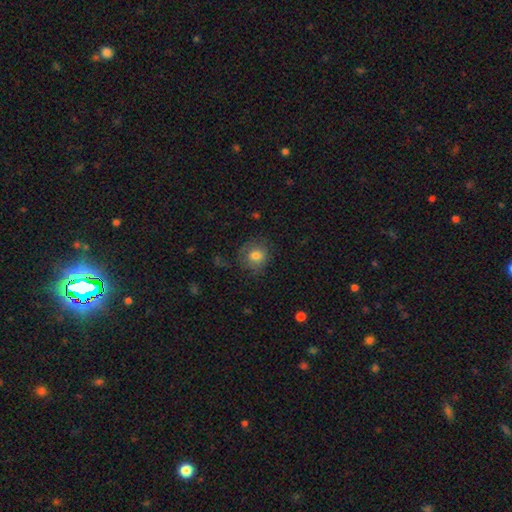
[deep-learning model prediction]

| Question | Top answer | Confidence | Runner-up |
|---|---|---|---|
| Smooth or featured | smooth | 77% | featured or disk (13%) |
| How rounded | round | 81% | in between (18%) |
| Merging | none | 69% | minor disturbance (20%) |